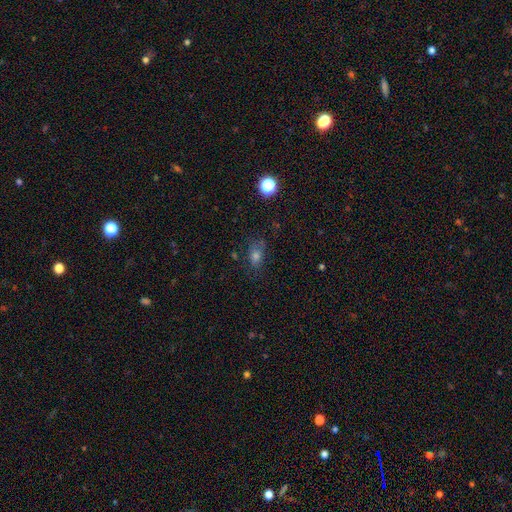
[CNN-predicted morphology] A smooth galaxy with no disk features (61%) that is in between round and cigar-shaped (68%).

Vote fractions:
- Smooth or featured? smooth: 61% / star or artifact: 25% / featured or disk: 15%
- How rounded? in between: 68% / round: 27% / cigar-shaped: 4%
- Merging? none: 71% / minor disturbance: 19% / major disturbance: 7% / merger: 3%